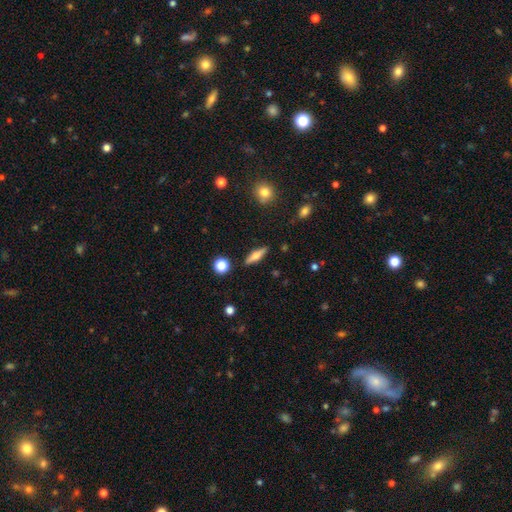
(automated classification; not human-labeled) Smooth or featured: smooth — 53% (featured or disk — 40%)
How rounded: cigar-shaped — 62% (in between — 34%)
Merging: none — 87% (minor disturbance — 8%)